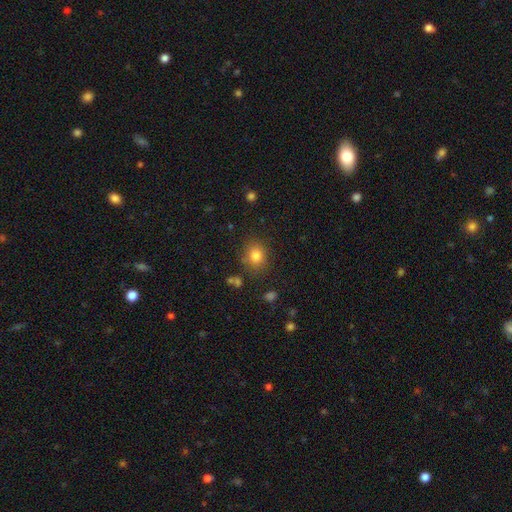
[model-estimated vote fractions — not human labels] Overall: smooth (81%). How rounded: round (70%). Merging: none (82%).